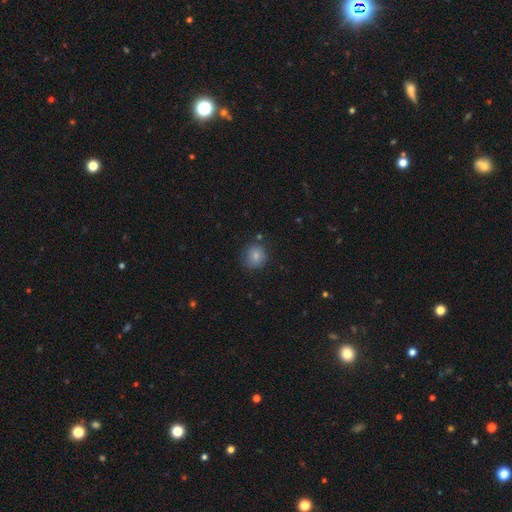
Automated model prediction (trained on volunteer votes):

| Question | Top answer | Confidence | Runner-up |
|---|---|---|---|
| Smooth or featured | smooth | 82% | star or artifact (10%) |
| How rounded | round | 79% | in between (20%) |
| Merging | none | 79% | minor disturbance (14%) |